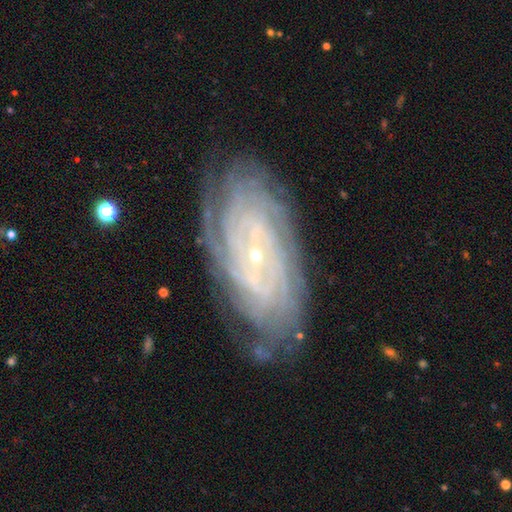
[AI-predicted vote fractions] featured or disk 87%, smooth 7%, star or artifact 6%. Down the decision tree: edge-on disk — no (95%); bar — no (64%); spiral arms — yes (97%); spiral arm count — can't tell (30%); spiral winding — tight (83%); bulge size — small (86%); merging — none (78%).